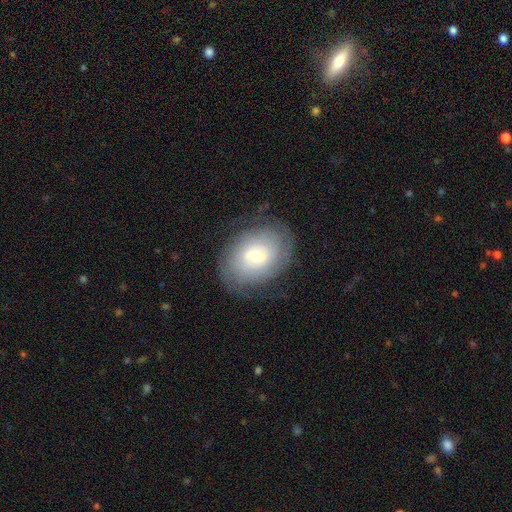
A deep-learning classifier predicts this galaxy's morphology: featured or disk 50%, smooth 42%, star or artifact 8%. Down the decision tree: merging — none (75%).